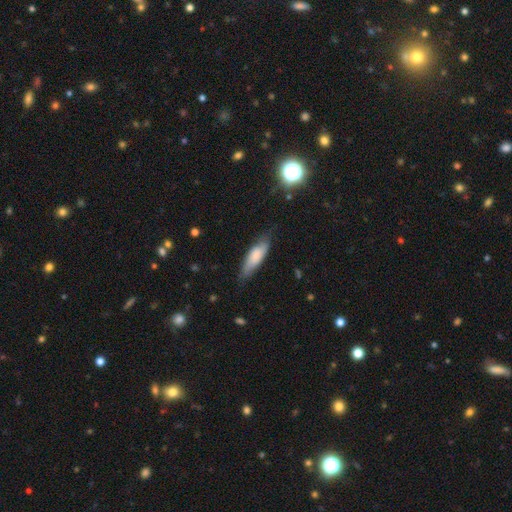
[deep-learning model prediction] Smooth or featured? Predicted: smooth (p=0.75). How rounded? Predicted: in between (p=0.50). Merging? Predicted: none (p=0.70).